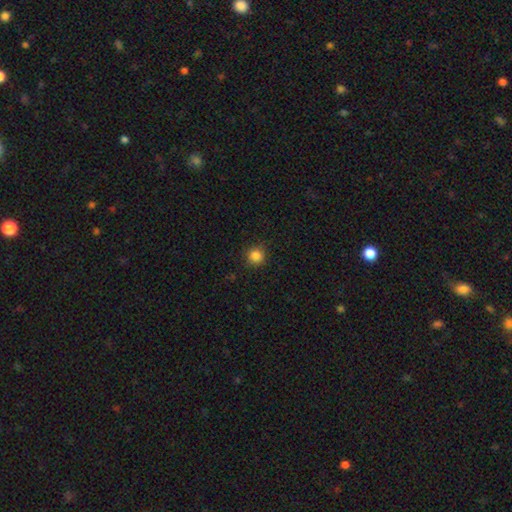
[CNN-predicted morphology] This is clearly a smooth galaxy (84%). How rounded: clearly round (94%). Merging: clearly none (90%).